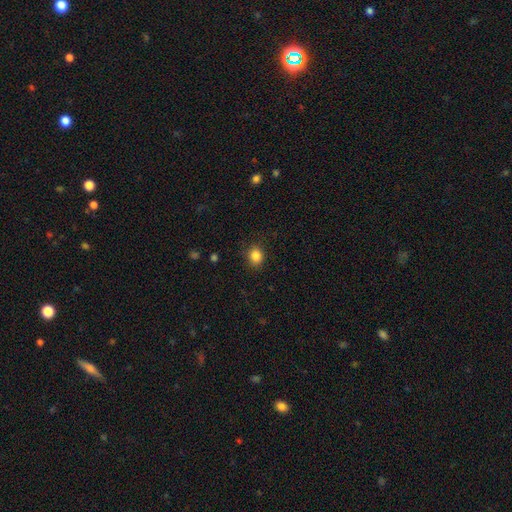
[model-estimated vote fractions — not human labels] Q: Smooth or featured?
A: smooth (85%); runner-up: star or artifact (11%)
Q: How rounded?
A: round (69%); runner-up: in between (31%)
Q: Merging?
A: none (87%); runner-up: minor disturbance (9%)